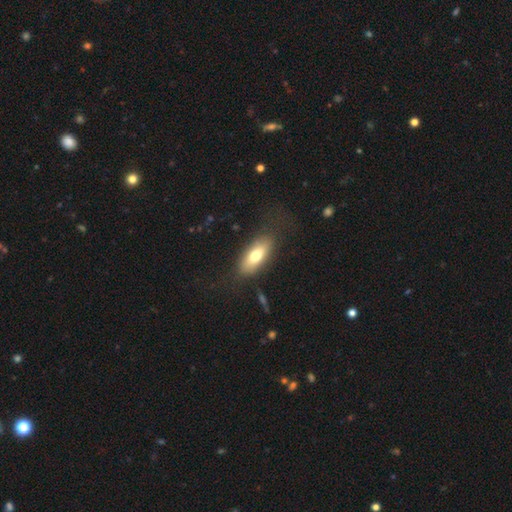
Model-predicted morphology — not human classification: A smooth galaxy with no disk features (71%) that is in between round and cigar-shaped (80%).

Vote fractions:
- Smooth or featured? smooth: 71% / featured or disk: 22% / star or artifact: 7%
- How rounded? in between: 80% / cigar-shaped: 17% / round: 3%
- Merging? none: 77% / minor disturbance: 14% / major disturbance: 7% / merger: 2%